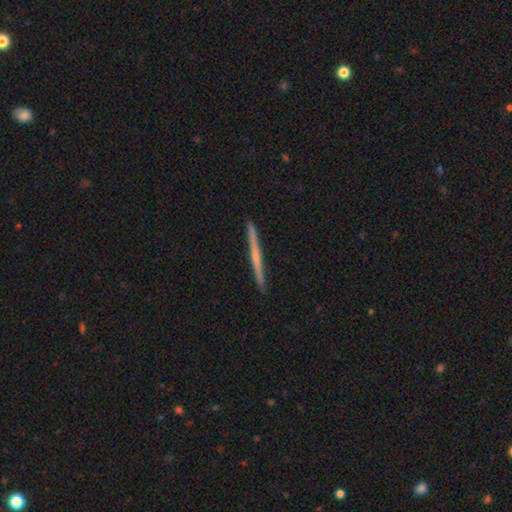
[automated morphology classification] Smooth or featured? featured or disk (59%)
Edge-on disk? yes (98%)
Edge-on bulge? none (64%)
Merging? none (93%)